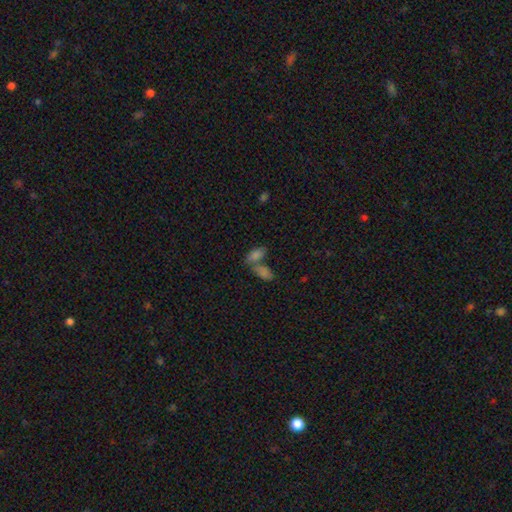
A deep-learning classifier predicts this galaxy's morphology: A smooth galaxy with no disk features (75%) that is in between round and cigar-shaped (88%).

Vote fractions:
- Smooth or featured? smooth: 75% / star or artifact: 14% / featured or disk: 11%
- How rounded? in between: 88% / cigar-shaped: 7% / round: 6%
- Merging? merger: 53% / none: 33% / minor disturbance: 9% / major disturbance: 5%